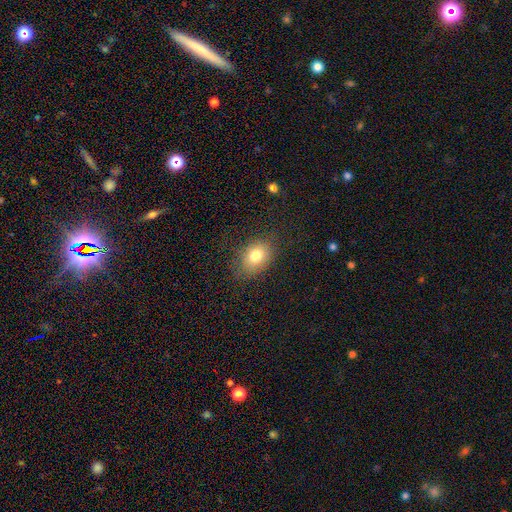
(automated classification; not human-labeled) A smooth galaxy with no disk features (77%) that is in between round and cigar-shaped (68%). Merging: none (78%).